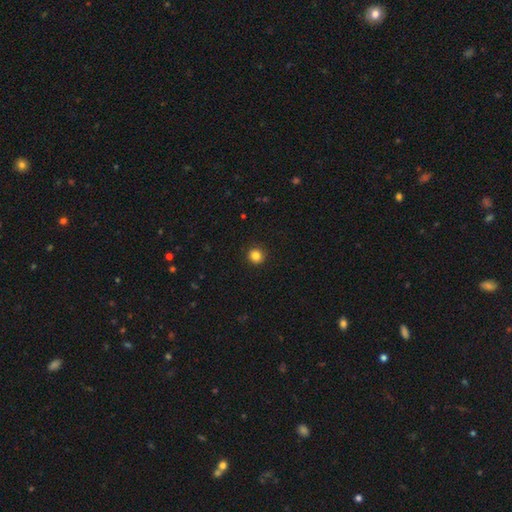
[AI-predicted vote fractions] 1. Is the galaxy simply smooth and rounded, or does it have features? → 85% smooth, 11% star or artifact, 4% featured or disk.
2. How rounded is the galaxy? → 92% round, 7% in between, 1% cigar-shaped.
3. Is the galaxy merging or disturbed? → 92% none, 6% minor disturbance, 2% major disturbance, 1% merger.